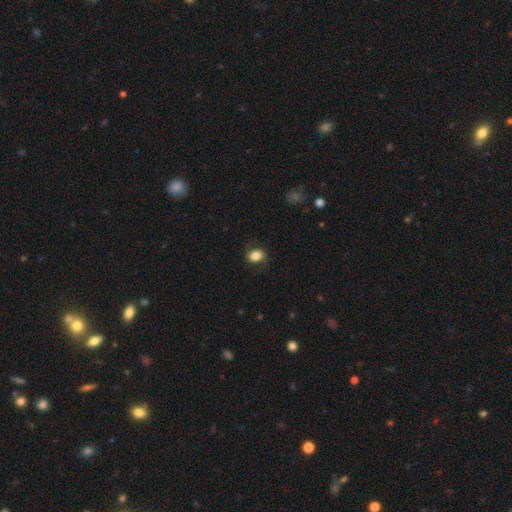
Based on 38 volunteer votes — Smooth or featured: smooth — 66% (featured or disk — 26%)
How rounded: round — 48% (tied with in between — 48%)
Merging: none — 69% (minor disturbance — 26%)